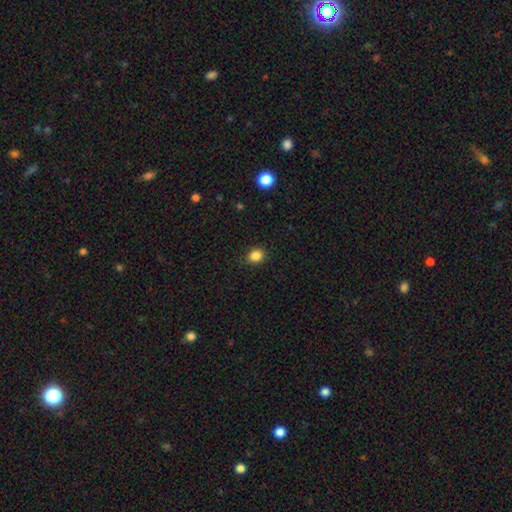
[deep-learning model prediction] smooth 86%, star or artifact 11%, featured or disk 3%. Down the decision tree: how rounded — round (63%); merging — none (87%).